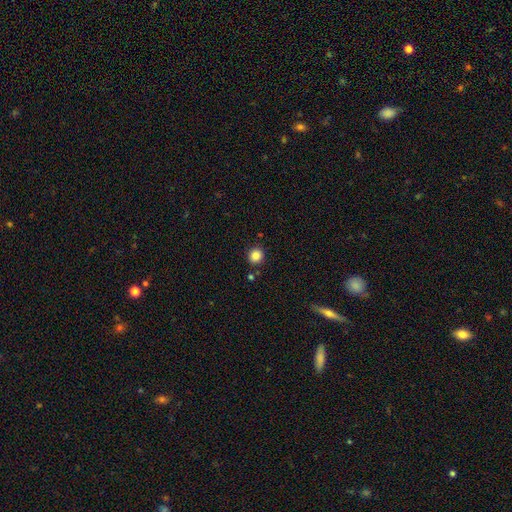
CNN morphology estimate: Q: Smooth or featured?
A: smooth (86%); runner-up: star or artifact (10%)
Q: How rounded?
A: round (89%); runner-up: in between (10%)
Q: Merging?
A: none (88%); runner-up: minor disturbance (6%)